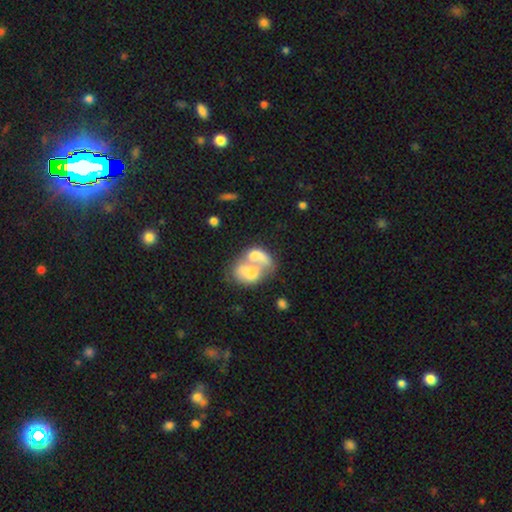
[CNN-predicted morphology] This is possibly a smooth galaxy (54%). How rounded: likely in between (74%). Merging: likely merger (74%).